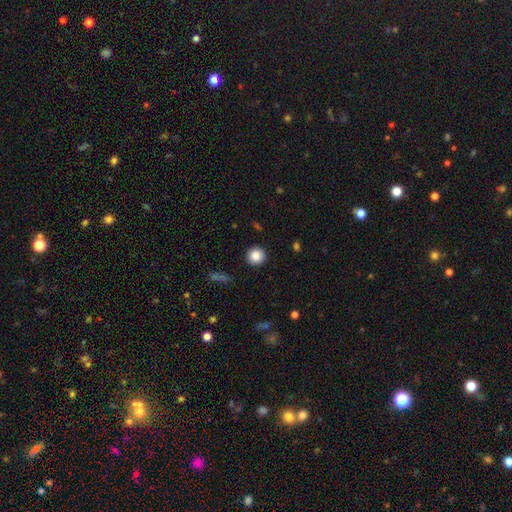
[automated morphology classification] type=smooth (86%); roundness=round (94%); merging=none (92%).